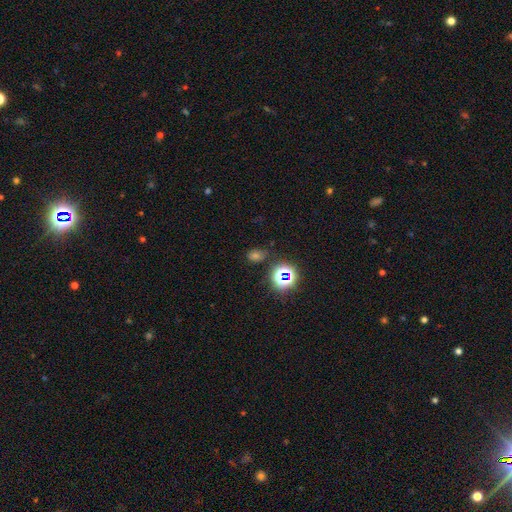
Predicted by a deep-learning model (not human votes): A star or artifact, not a galaxy (49%).

Vote fractions:
- Smooth or featured? star or artifact: 49% / smooth: 43% / featured or disk: 8%